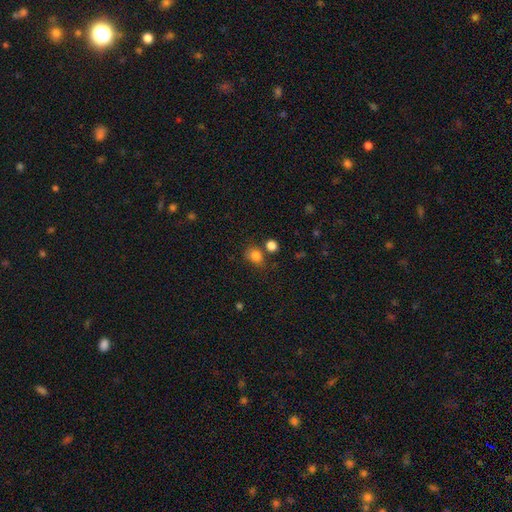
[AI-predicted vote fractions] smooth 81%, star or artifact 13%, featured or disk 6%. Down the decision tree: how rounded — round (51%); merging — none (62%).